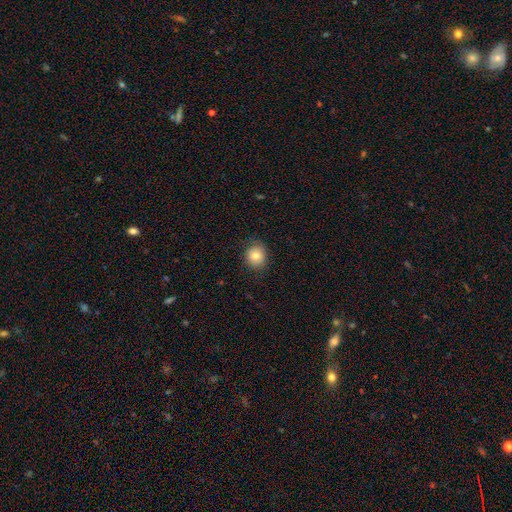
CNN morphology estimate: Smooth or featured: smooth — 79% (featured or disk — 11%)
How rounded: round — 81% (in between — 18%)
Merging: none — 83% (minor disturbance — 12%)